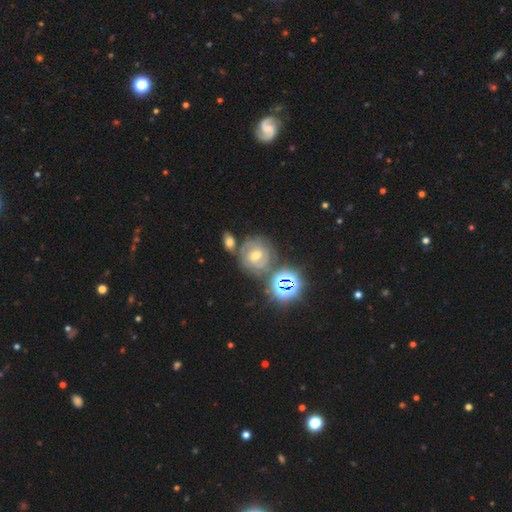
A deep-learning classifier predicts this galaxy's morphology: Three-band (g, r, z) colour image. It shows a featured or disk galaxy (61%) with a weak bar (44%), spiral arms (85%) and a moderate central bulge (57%). Merging: none (63%).